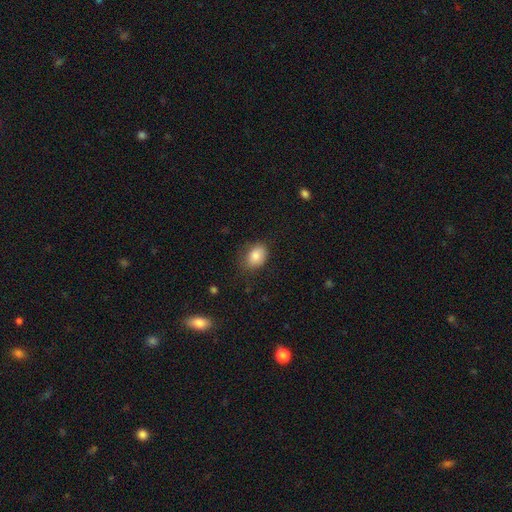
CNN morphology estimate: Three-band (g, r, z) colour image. It shows a smooth galaxy with no disk features (84%) that is in between round and cigar-shaped (72%). Merging: none (72%).